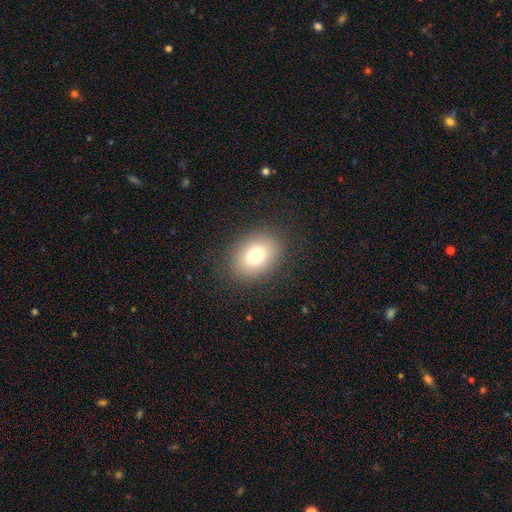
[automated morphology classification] Smooth or featured: smooth — 76% (star or artifact — 12%)
How rounded: in between — 61% (round — 38%)
Merging: none — 86% (minor disturbance — 9%)